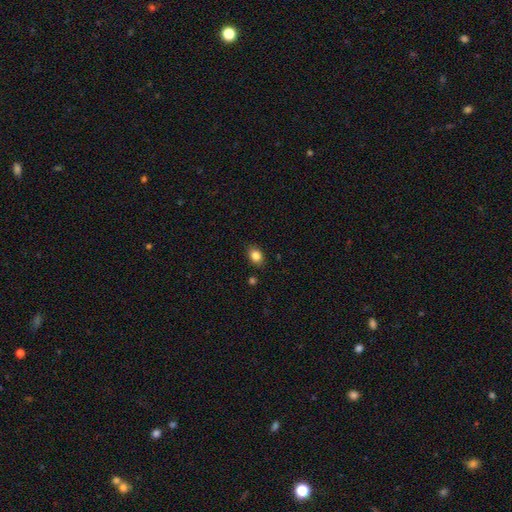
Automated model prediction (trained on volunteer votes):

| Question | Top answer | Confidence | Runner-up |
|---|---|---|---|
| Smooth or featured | smooth | 84% | star or artifact (10%) |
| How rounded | in between | 66% | round (32%) |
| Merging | none | 86% | minor disturbance (10%) |